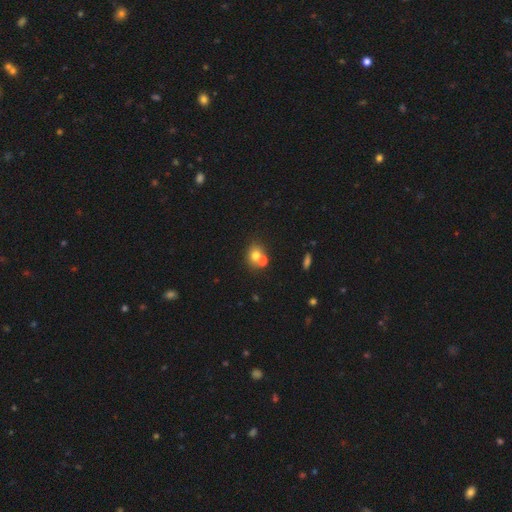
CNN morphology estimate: A smooth galaxy with no disk features (71%) that is round (61%).

Vote fractions:
- Smooth or featured? smooth: 71% / featured or disk: 17% / star or artifact: 12%
- How rounded? round: 61% / in between: 38% / cigar-shaped: 1%
- Merging? merger: 46% / none: 42% / minor disturbance: 8% / major disturbance: 3%